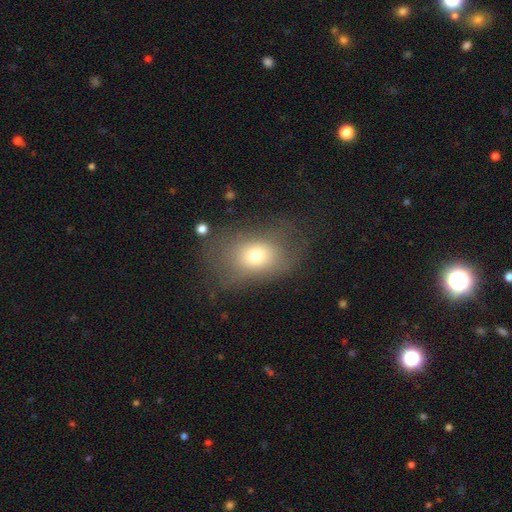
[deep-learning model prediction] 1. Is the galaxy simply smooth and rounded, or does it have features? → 68% smooth, 19% featured or disk, 13% star or artifact.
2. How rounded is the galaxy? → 71% in between, 28% round, 1% cigar-shaped.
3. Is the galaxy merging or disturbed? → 63% none, 19% minor disturbance, 16% major disturbance, 2% merger.